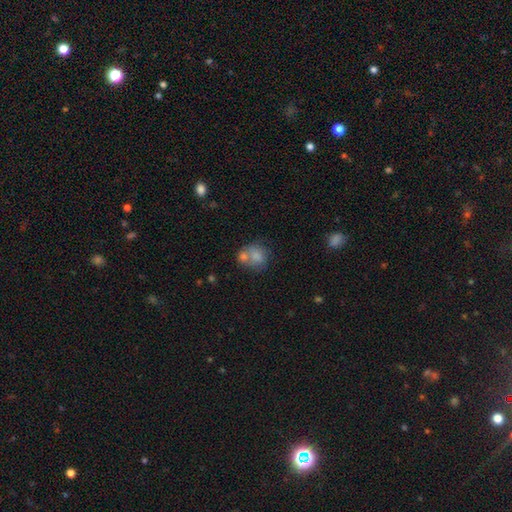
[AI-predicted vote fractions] Smooth or featured: smooth — 77% (featured or disk — 14%)
How rounded: round — 69% (in between — 30%)
Merging: merger — 45% (none — 36%)